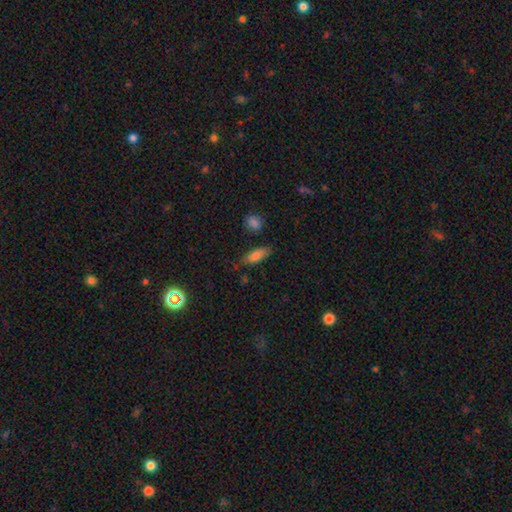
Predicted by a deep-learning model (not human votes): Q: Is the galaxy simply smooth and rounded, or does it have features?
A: smooth — 78%.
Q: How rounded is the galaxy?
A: in between — 66%.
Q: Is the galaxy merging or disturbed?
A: none — 73%.